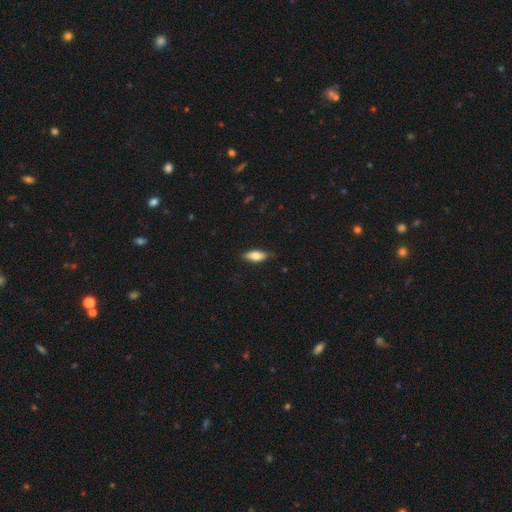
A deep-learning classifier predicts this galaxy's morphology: Smooth or featured: smooth — 71% (featured or disk — 23%)
How rounded: in between — 73% (cigar-shaped — 24%)
Merging: none — 80% (minor disturbance — 16%)